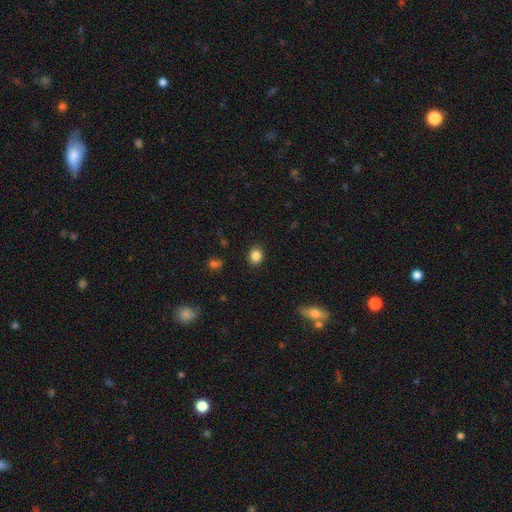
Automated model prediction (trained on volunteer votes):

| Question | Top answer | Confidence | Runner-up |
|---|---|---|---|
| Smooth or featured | smooth | 84% | star or artifact (11%) |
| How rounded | round | 70% | in between (29%) |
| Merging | none | 90% | minor disturbance (7%) |